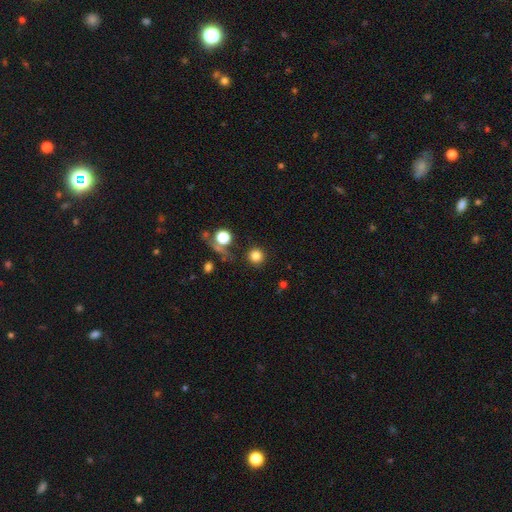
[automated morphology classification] type=smooth (80%); roundness=round (95%); merging=none (86%).